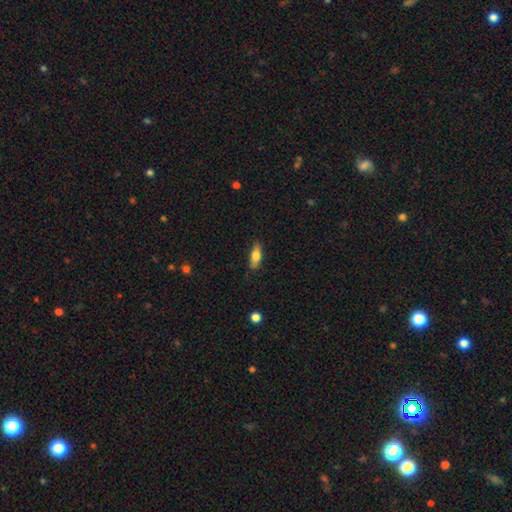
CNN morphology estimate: Q: Smooth or featured?
A: smooth (67%); runner-up: featured or disk (27%)
Q: How rounded?
A: in between (63%); runner-up: cigar-shaped (34%)
Q: Merging?
A: none (78%); runner-up: minor disturbance (17%)